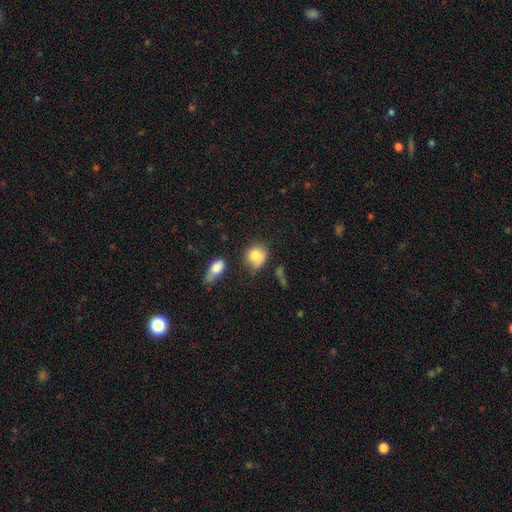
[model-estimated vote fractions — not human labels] smooth_or_featured: smooth (p=0.80) [alt: featured or disk p=0.11]
how_rounded: round (p=0.72) [alt: in between p=0.27]
merging: none (p=0.53) [alt: minor disturbance p=0.27]